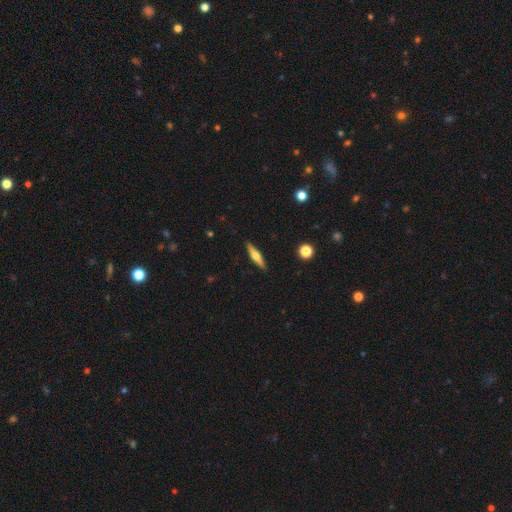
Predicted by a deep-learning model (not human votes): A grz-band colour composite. It shows a featured or disk galaxy (55%) viewed edge-on (95%) with a rounded central bulge (91%). Merging: none (90%).